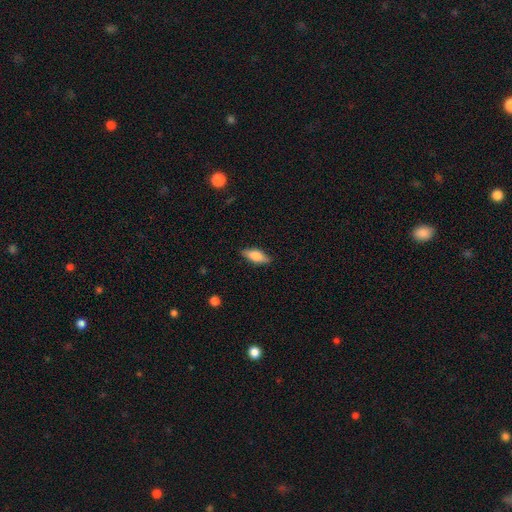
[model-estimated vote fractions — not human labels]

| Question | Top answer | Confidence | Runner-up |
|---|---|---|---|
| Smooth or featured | smooth | 72% | featured or disk (21%) |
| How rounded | in between | 73% | cigar-shaped (25%) |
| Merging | none | 86% | minor disturbance (11%) |